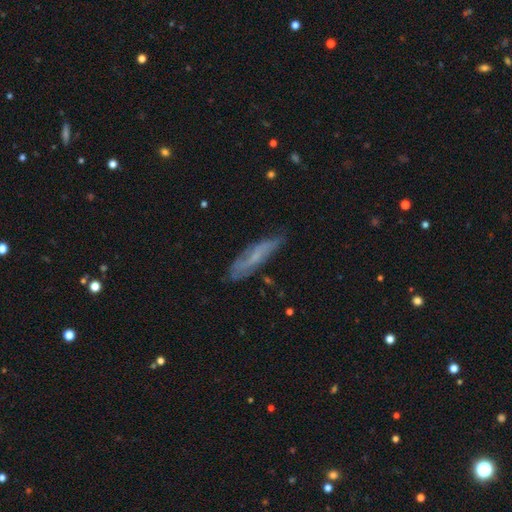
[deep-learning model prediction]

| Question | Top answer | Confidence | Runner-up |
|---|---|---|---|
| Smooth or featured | featured or disk | 50% | smooth (41%) |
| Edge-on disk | no | 53% | yes (47%) |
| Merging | none | 74% | minor disturbance (19%) |